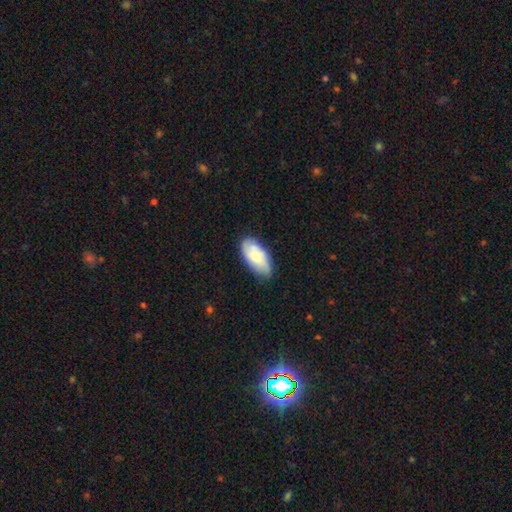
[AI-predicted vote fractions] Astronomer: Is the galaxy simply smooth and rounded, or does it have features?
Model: smooth — 71%.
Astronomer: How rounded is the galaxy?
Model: in between — 93%.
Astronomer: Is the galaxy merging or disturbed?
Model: none — 76%.